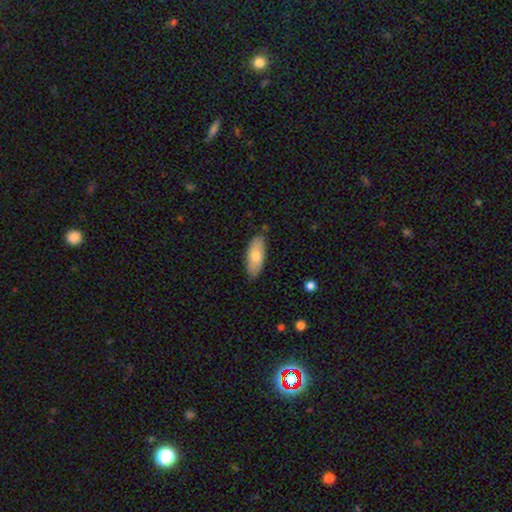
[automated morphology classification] This appears to be a smooth galaxy with no disk features (74%) that is in between round and cigar-shaped (83%). Merging: none (81%).